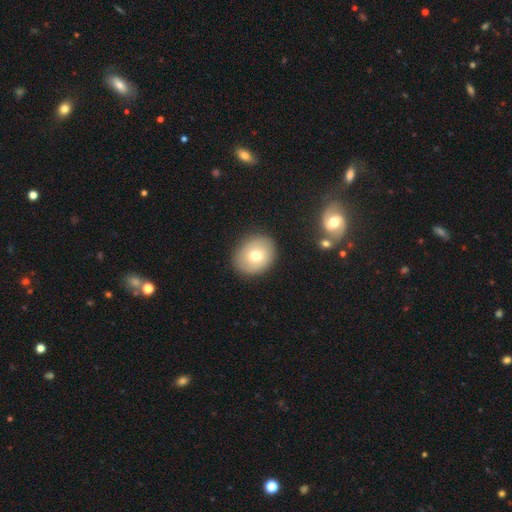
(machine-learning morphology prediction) The model was most divided on "how rounded": round: 55%, in between: 44%, cigar-shaped: 1%. More confident: merging — none (87%); smooth or featured — smooth (71%).